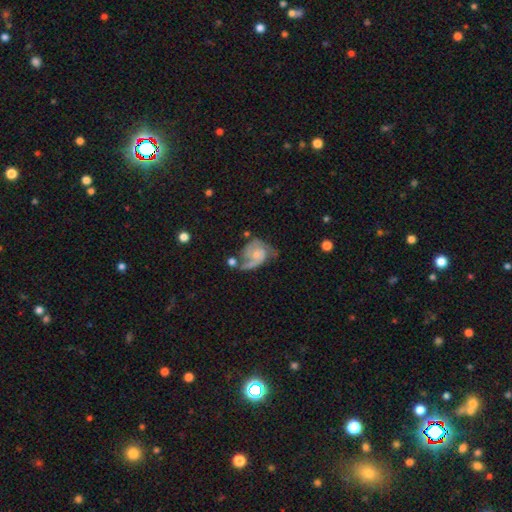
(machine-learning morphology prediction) Smooth or featured?
  - featured or disk: 81% *
  - smooth: 13%
  - star or artifact: 6%
Edge-on disk?
  - no: 98% *
  - yes: 2%
Bar?
  - no: 70% *
  - weak: 26%
  - strong: 4%
Spiral arms?
  - yes: 94% *
  - no: 6%
Spiral winding?
  - medium: 48% *
  - loose: 26%
  - tight: 26%
Spiral arm count?
  - 2: 68% *
  - 1: 13%
  - can't tell: 9%
  - 3: 7%
  - 4: 2%
  - more than 4: 2%
Bulge size?
  - small: 60% *
  - moderate: 32%
  - none: 5%
  - large: 2%
  - dominant: 1%
Merging?
  - none: 38% *
  - minor disturbance: 26%
  - major disturbance: 24%
  - merger: 12%